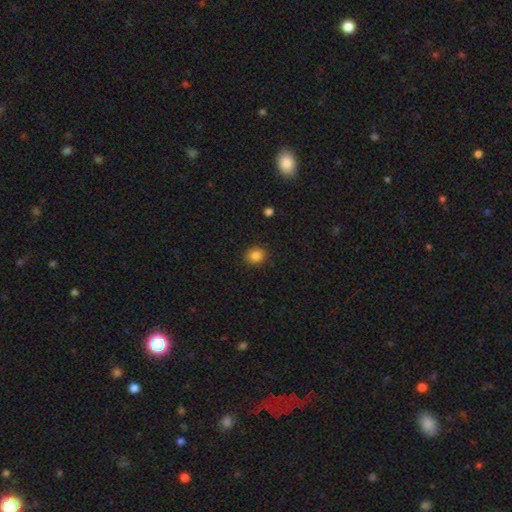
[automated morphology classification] smooth-or-featured: smooth: 85% | star or artifact: 11% | featured or disk: 4%
  how-rounded: round: 74% | in between: 25% | cigar-shaped: 1%
  merging: none: 89% | minor disturbance: 8% | major disturbance: 2% | merger: 1%